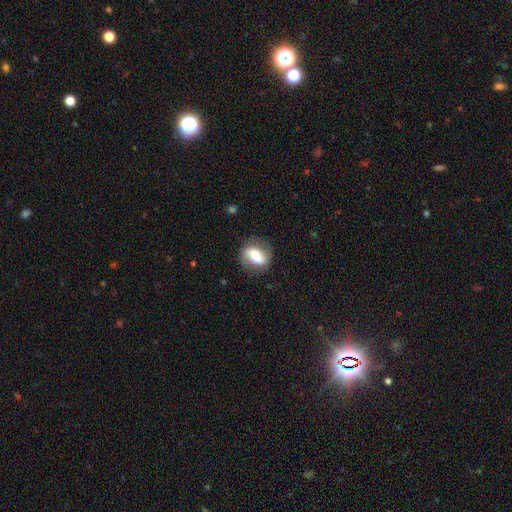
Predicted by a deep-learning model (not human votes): Q: Smooth or featured?
A: featured or disk (50%); runner-up: smooth (43%)
Q: Edge-on disk?
A: no (92%); runner-up: yes (8%)
Q: Merging?
A: none (78%); runner-up: minor disturbance (15%)